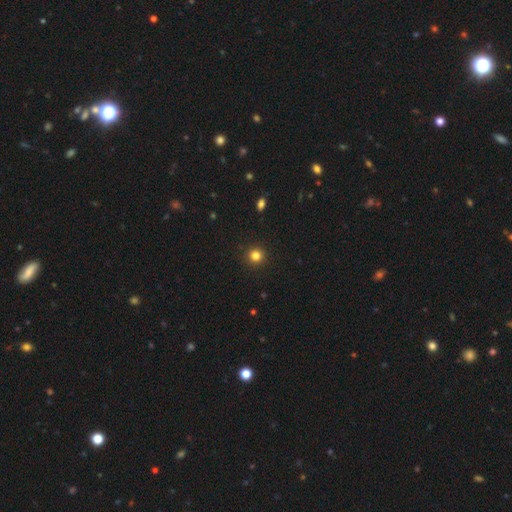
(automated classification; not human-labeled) smooth 82%, star or artifact 13%, featured or disk 5%. Down the decision tree: how rounded — round (94%); merging — none (93%).